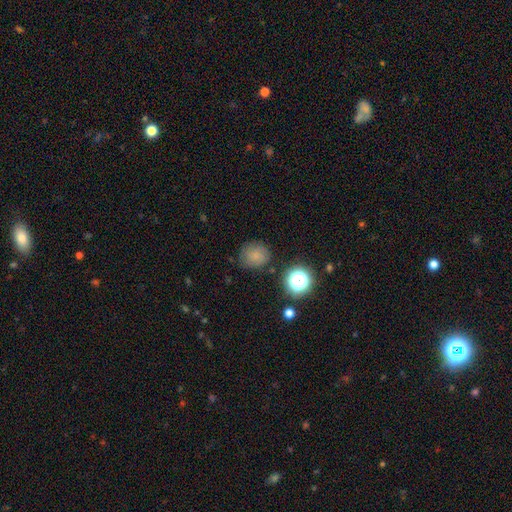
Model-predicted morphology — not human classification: A smooth galaxy with no disk features (65%) that is round (81%). Merging: none (75%).